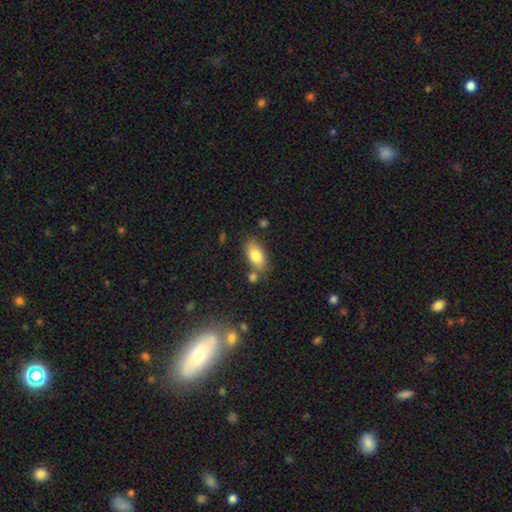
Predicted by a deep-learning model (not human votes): smooth 80%, featured or disk 12%, star or artifact 7%. Down the decision tree: how rounded — in between (90%); merging — none (71%).